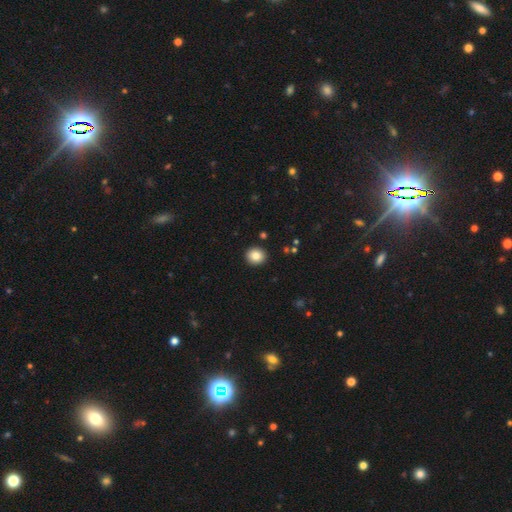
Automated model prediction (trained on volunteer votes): The model was most divided on "how rounded": round: 86%, in between: 13%, cigar-shaped: 1%. More confident: merging — none (92%); smooth or featured — smooth (84%).